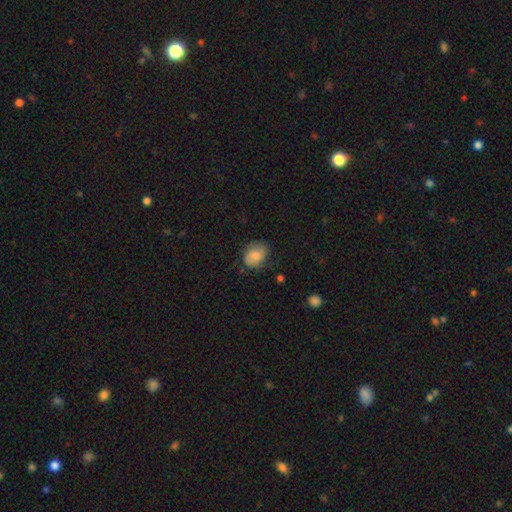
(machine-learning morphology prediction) Smooth or featured? smooth (68%)
How rounded? in between (60%)
Merging? none (65%)